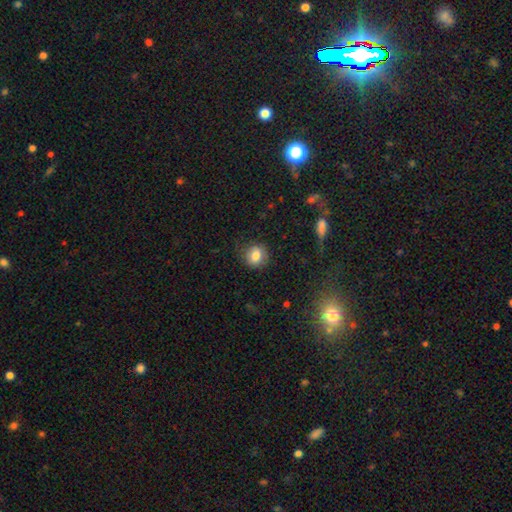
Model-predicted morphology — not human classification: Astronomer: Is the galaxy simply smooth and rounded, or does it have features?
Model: smooth — 82%.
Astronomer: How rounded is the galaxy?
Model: round — 79%.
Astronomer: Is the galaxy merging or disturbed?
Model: none — 83%.